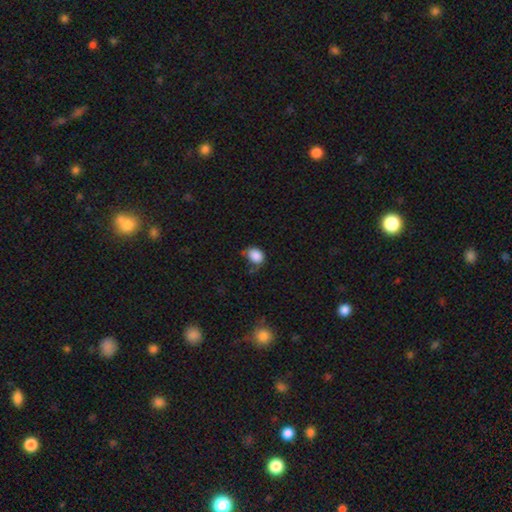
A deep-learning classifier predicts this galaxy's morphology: Smooth or featured? smooth (86%)
How rounded? in between (55%)
Merging? none (48%)